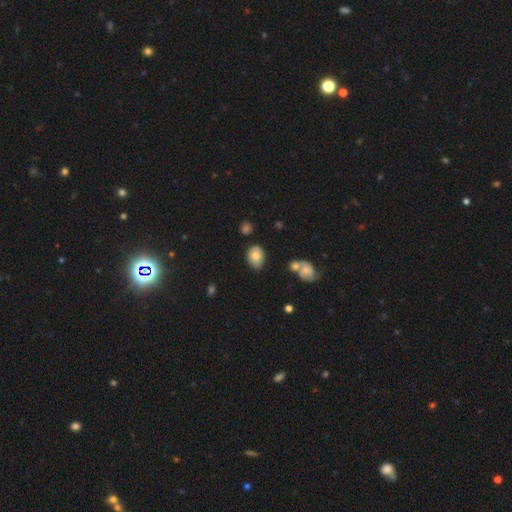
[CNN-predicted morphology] A smooth galaxy with no disk features (76%) that is in between round and cigar-shaped (70%).

Vote fractions:
- Smooth or featured? smooth: 76% / featured or disk: 16% / star or artifact: 9%
- How rounded? in between: 70% / round: 29% / cigar-shaped: 1%
- Merging? none: 70% / minor disturbance: 20% / merger: 5% / major disturbance: 4%